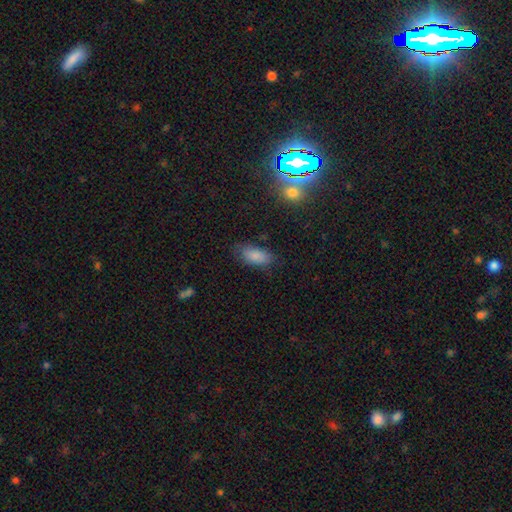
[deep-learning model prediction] Smooth or featured? smooth (86%)
How rounded? in between (89%)
Merging? none (74%)